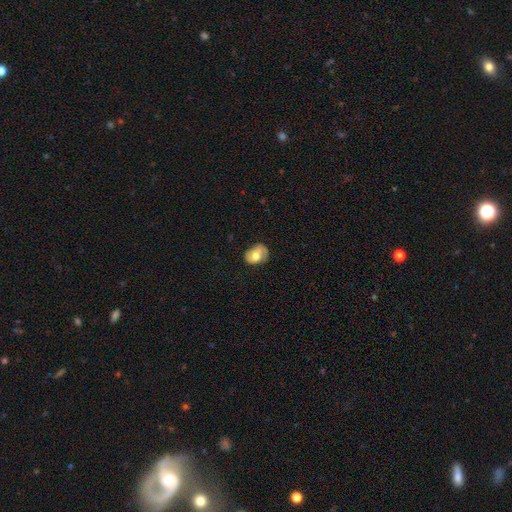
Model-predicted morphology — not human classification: smooth 64%, featured or disk 28%, star or artifact 8%. Down the decision tree: how rounded — in between (68%); merging — none (55%).